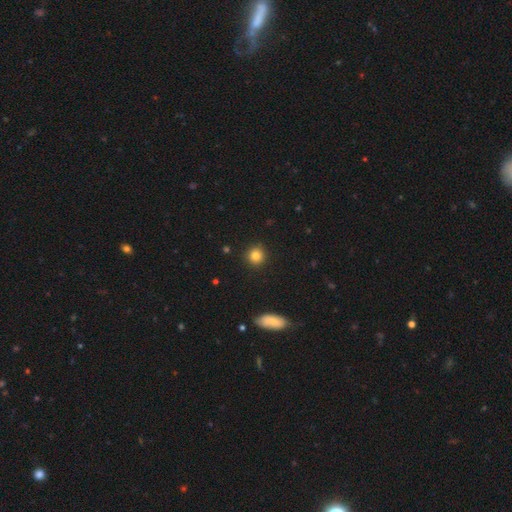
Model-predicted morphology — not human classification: Overall: smooth (83%). How rounded: round (92%). Merging: none (91%).